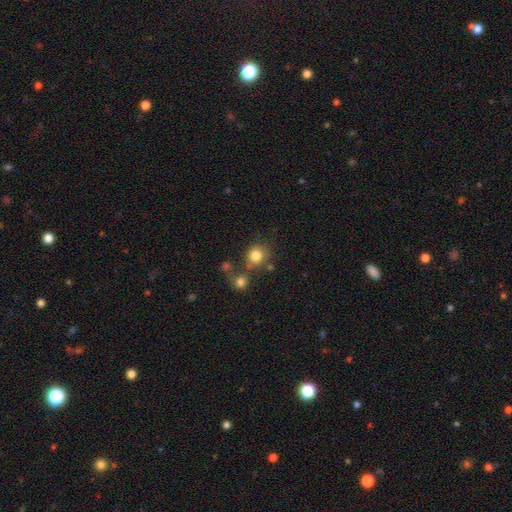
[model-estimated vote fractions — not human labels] Overall: smooth (82%). How rounded: round (86%). Merging: none (67%).